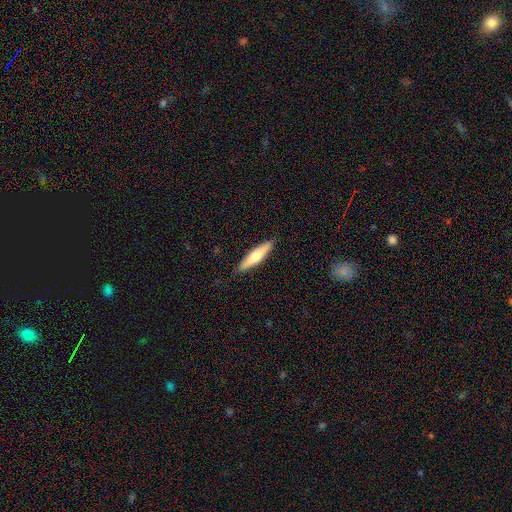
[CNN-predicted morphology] Smooth or featured?
  - smooth: 56% *
  - featured or disk: 39%
  - star or artifact: 5%
How rounded?
  - cigar-shaped: 81% *
  - in between: 17%
  - round: 2%
Merging?
  - none: 89% *
  - minor disturbance: 9%
  - major disturbance: 2%
  - merger: 1%